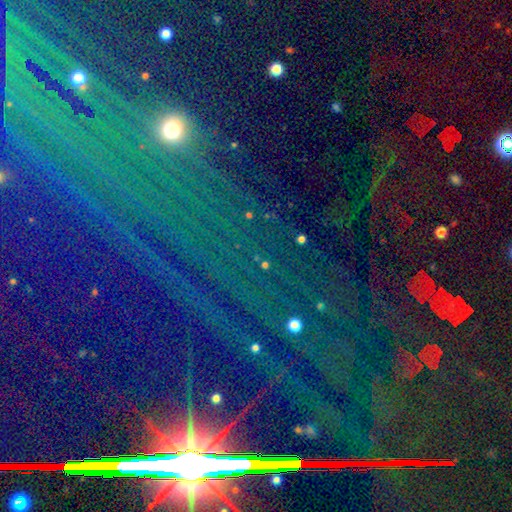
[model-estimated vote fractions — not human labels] A star or artifact, not a galaxy (84%).

Vote fractions:
- Smooth or featured? star or artifact: 84% / smooth: 8% / featured or disk: 8%